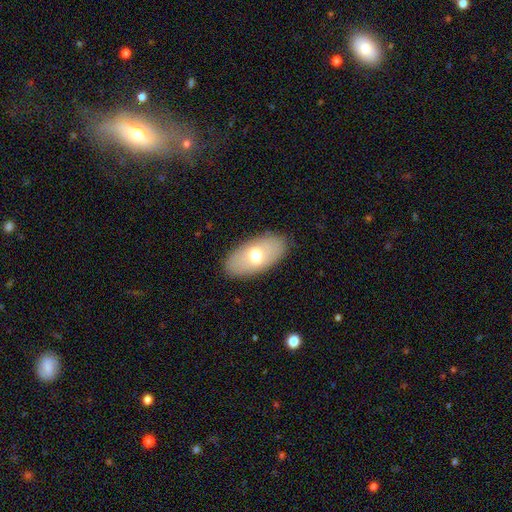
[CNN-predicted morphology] type=smooth (65%); roundness=in between (93%); merging=none (86%).